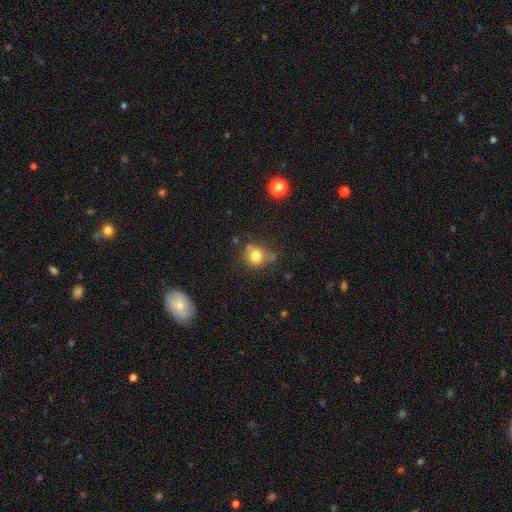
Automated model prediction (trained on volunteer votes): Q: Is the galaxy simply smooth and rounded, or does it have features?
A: smooth — 77%.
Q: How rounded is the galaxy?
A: round — 74%.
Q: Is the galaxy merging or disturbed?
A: none — 53%.